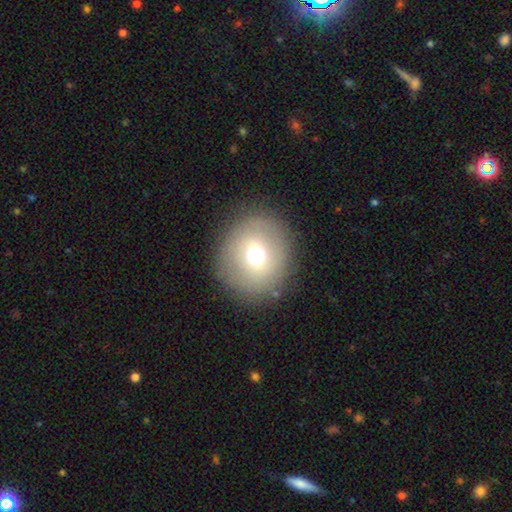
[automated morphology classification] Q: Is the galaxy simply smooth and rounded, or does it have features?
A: smooth — 65%.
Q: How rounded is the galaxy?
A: round — 86%.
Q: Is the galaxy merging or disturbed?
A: none — 86%.